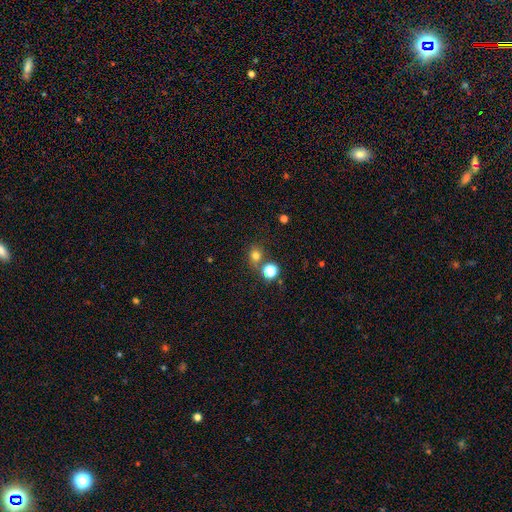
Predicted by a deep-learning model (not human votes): Smooth or featured: smooth — 74% (star or artifact — 19%)
How rounded: round — 80% (in between — 19%)
Merging: none — 68% (merger — 19%)